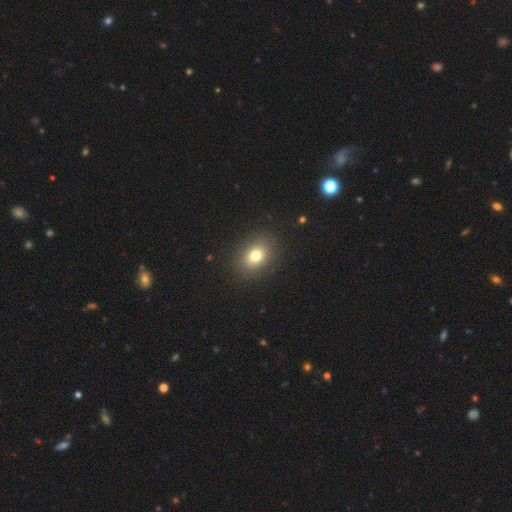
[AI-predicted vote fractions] Smooth or featured?
  - smooth: 77% *
  - star or artifact: 13%
  - featured or disk: 11%
How rounded?
  - in between: 59% *
  - round: 40%
  - cigar-shaped: 1%
Merging?
  - none: 88% *
  - minor disturbance: 8%
  - major disturbance: 3%
  - merger: 1%